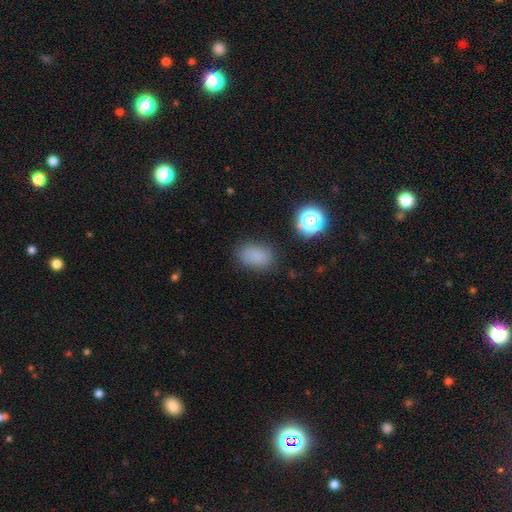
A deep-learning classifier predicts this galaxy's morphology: type=smooth (80%); roundness=in between (80%); merging=none (80%).